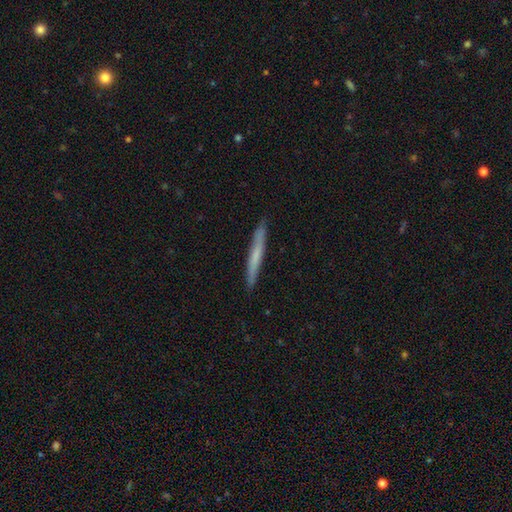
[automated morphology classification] smooth-or-featured: smooth: 56% | featured or disk: 38% | star or artifact: 6%
  how-rounded: cigar-shaped: 97% | in between: 2% | round: 1%
  merging: none: 90% | minor disturbance: 7% | major disturbance: 1% | merger: 1%